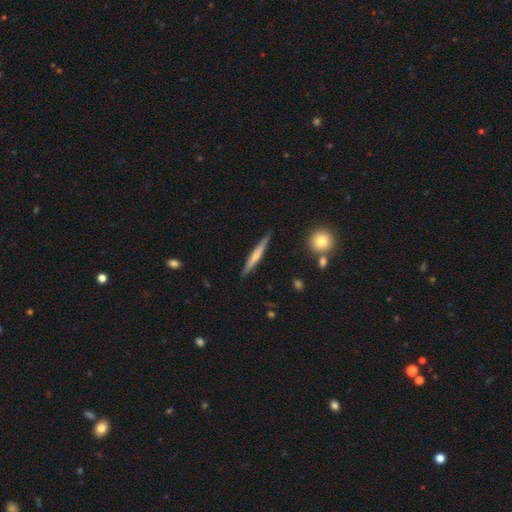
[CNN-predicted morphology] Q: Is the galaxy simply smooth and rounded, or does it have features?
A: featured or disk — 49%.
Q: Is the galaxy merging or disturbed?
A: none — 88%.